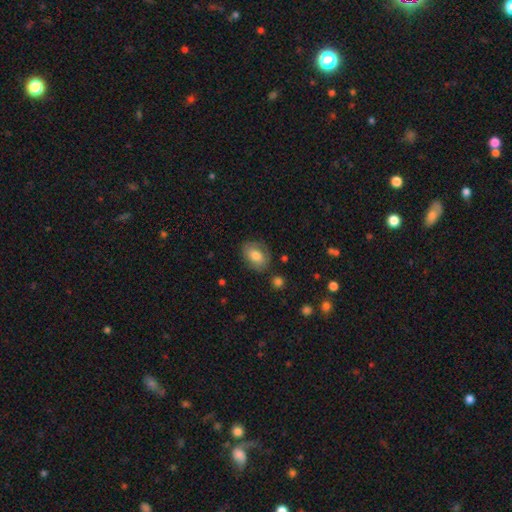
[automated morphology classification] type=smooth (75%); roundness=in between (79%); merging=none (75%).